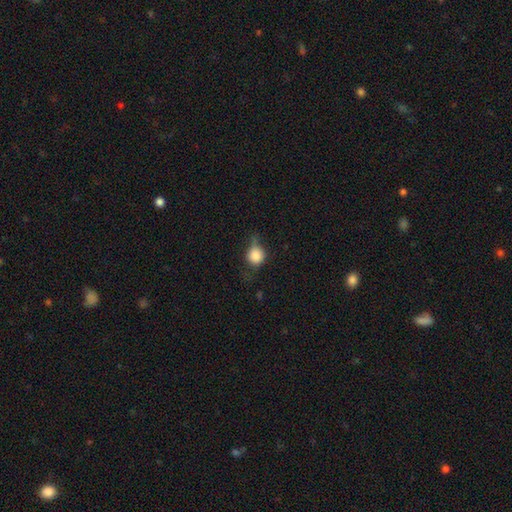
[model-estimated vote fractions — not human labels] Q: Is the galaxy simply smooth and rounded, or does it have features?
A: smooth — 74%.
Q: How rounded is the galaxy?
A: round — 82%.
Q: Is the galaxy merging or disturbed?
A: none — 50%.